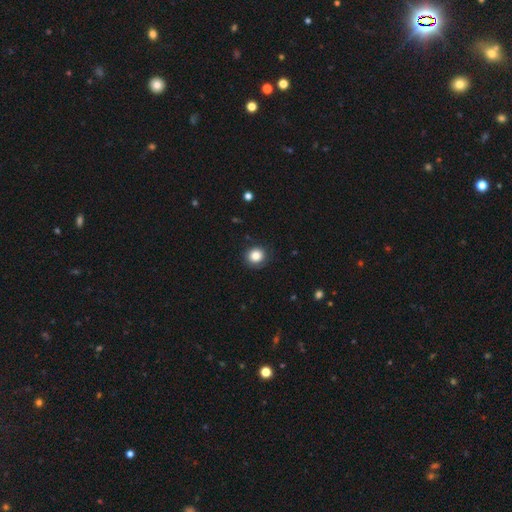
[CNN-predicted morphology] Smooth or featured? Predicted: smooth (p=0.84). How rounded? Predicted: round (p=0.88). Merging? Predicted: none (p=0.86).